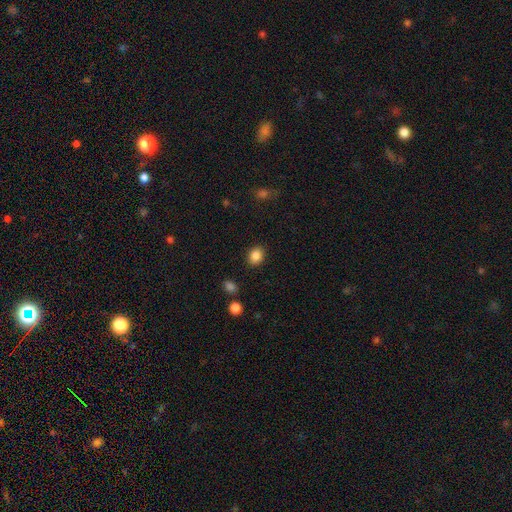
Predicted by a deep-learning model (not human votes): smooth-or-featured: smooth: 86% | star or artifact: 9% | featured or disk: 4%
  how-rounded: in between: 50% | round: 49% | cigar-shaped: 1%
  merging: none: 88% | minor disturbance: 8% | major disturbance: 3% | merger: 2%